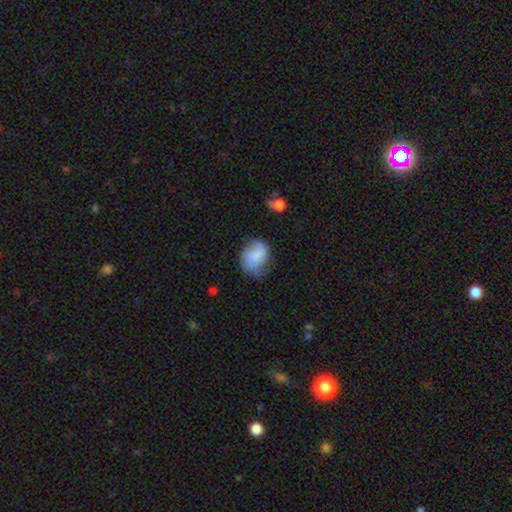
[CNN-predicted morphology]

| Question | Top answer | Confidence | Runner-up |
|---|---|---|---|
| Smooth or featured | smooth | 65% | featured or disk (27%) |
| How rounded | round | 51% | in between (48%) |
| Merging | none | 49% | minor disturbance (34%) |